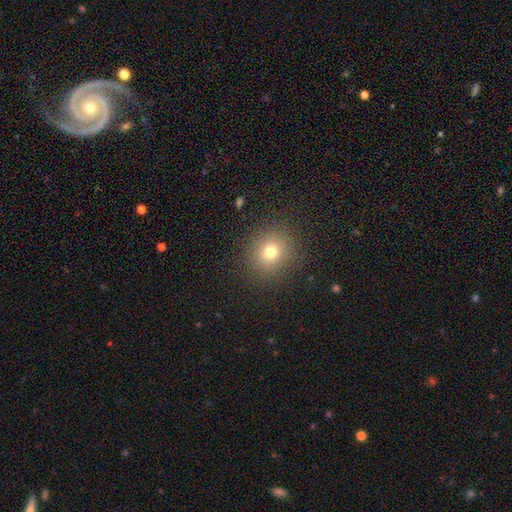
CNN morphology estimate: type=smooth (45%); merging=none (90%).